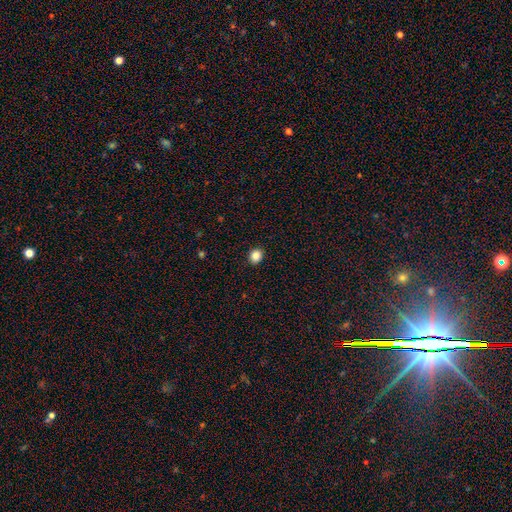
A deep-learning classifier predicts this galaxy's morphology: The model was most divided on "how rounded": round: 75%, in between: 25%, cigar-shaped: 1%. More confident: merging — none (92%); smooth or featured — smooth (86%).